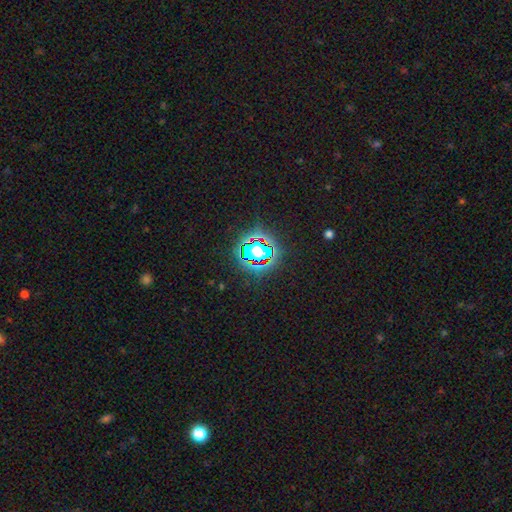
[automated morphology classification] type=star or artifact (71%).